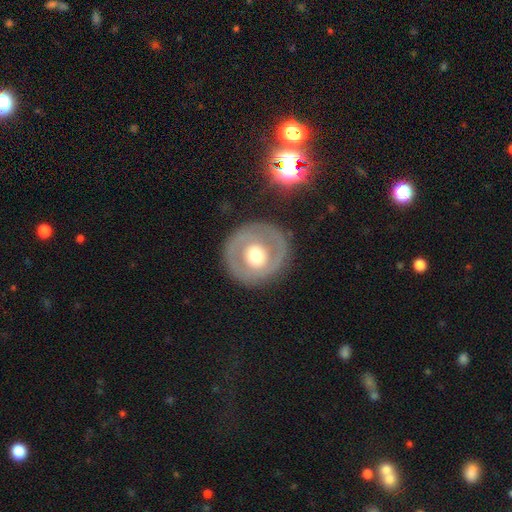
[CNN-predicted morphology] featured or disk 52%, smooth 42%, star or artifact 6%. Down the decision tree: edge-on disk — no (95%); merging — none (81%).